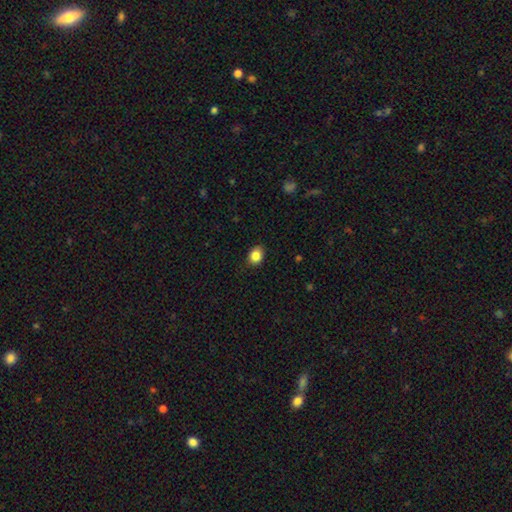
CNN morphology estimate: smooth-or-featured: smooth: 86% | star or artifact: 9% | featured or disk: 5%
  how-rounded: in between: 54% | round: 45% | cigar-shaped: 1%
  merging: none: 86% | minor disturbance: 11% | major disturbance: 2% | merger: 1%